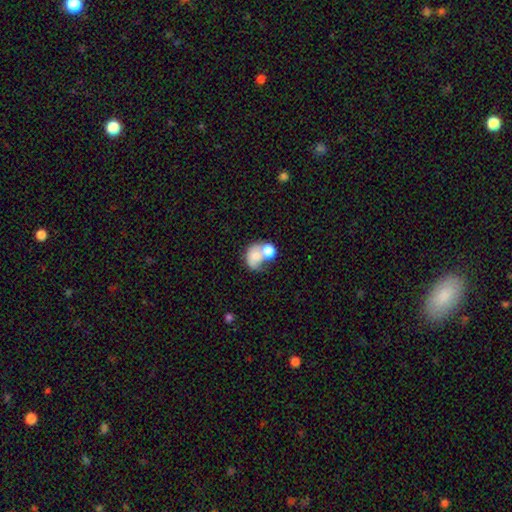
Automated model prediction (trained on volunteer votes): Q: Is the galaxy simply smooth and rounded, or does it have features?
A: smooth — 65%.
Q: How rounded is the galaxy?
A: in between — 55%.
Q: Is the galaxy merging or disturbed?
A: merger — 59%.